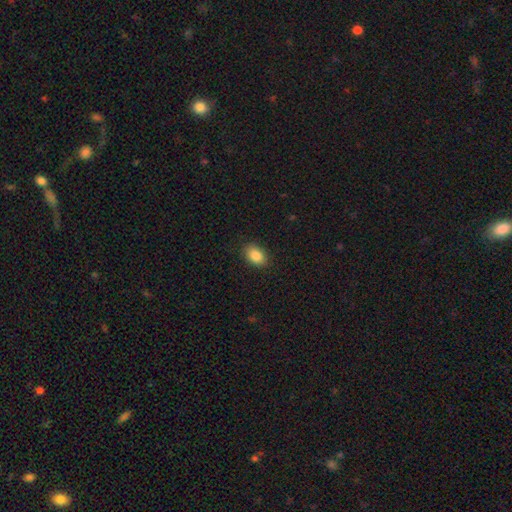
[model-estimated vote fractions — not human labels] A smooth galaxy with no disk features (87%) that is in between round and cigar-shaped (85%). Merging: none (88%).